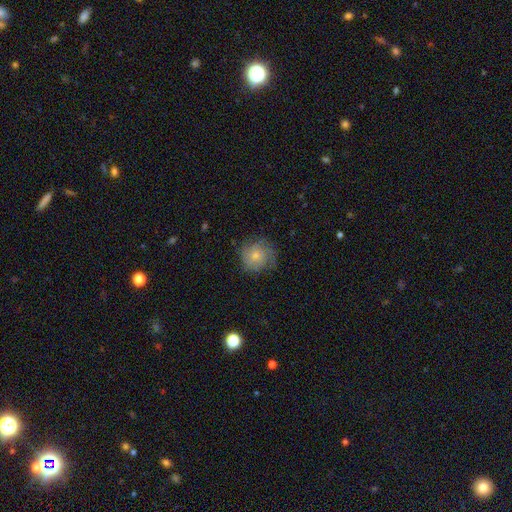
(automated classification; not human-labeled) The model was most divided on "smooth or featured": smooth: 54%, featured or disk: 37%, star or artifact: 8%. More confident: how rounded — round (89%); merging — none (70%).